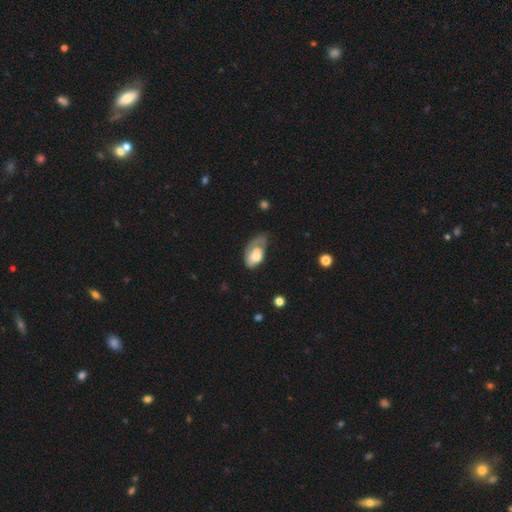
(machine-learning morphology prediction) smooth-or-featured: smooth: 51% | featured or disk: 43% | star or artifact: 7%
  how-rounded: in between: 90% | round: 7% | cigar-shaped: 3%
  merging: major disturbance: 35% | minor disturbance: 27% | none: 25% | merger: 13%